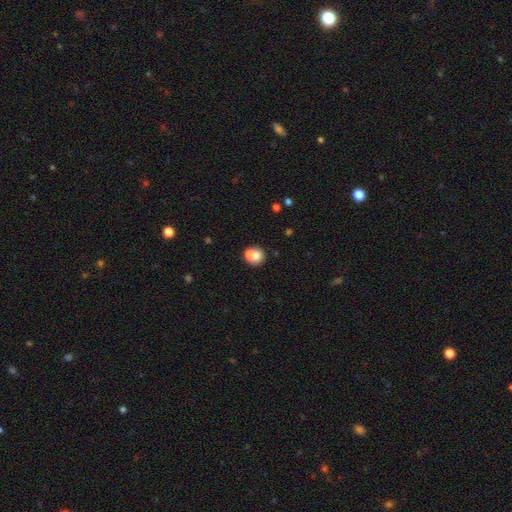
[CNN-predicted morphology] smooth_or_featured: smooth (p=0.69) [alt: featured or disk p=0.22]
how_rounded: round (p=0.79) [alt: in between p=0.20]
merging: merger (p=0.51) [alt: none p=0.38]